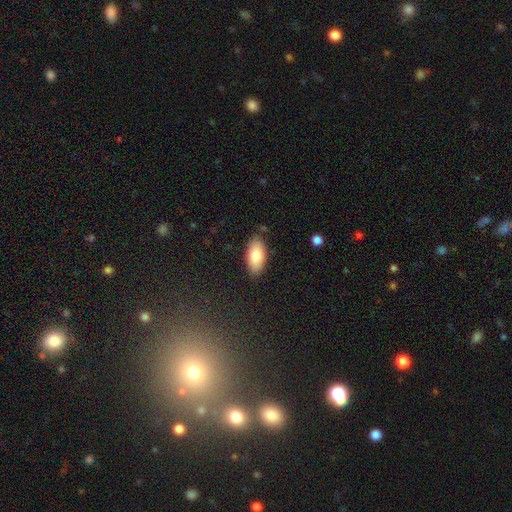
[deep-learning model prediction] This is clearly a smooth galaxy (82%). How rounded: clearly in between (93%). Merging: clearly none (84%).